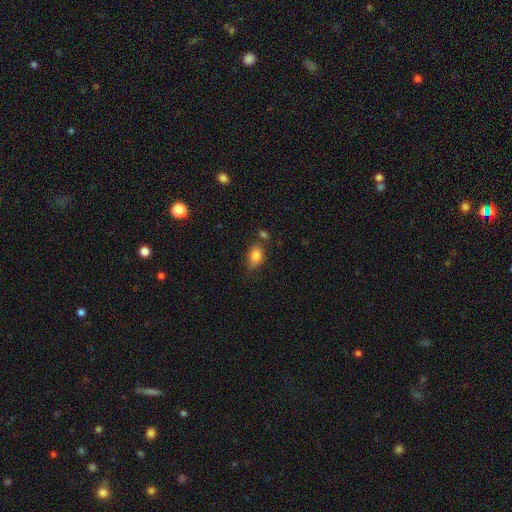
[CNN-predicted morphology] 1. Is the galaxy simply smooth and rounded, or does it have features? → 83% smooth, 9% star or artifact, 8% featured or disk.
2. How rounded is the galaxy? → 78% in between, 20% round, 2% cigar-shaped.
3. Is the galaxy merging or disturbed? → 62% none, 23% minor disturbance, 10% merger, 6% major disturbance.